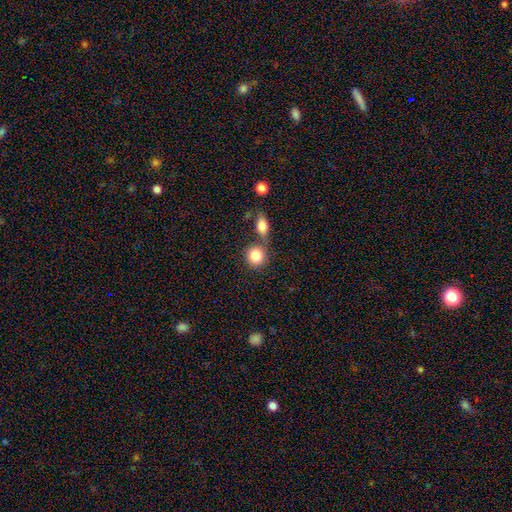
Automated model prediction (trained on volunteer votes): A smooth galaxy with no disk features (84%) that is round (84%). Merging: none (59%).